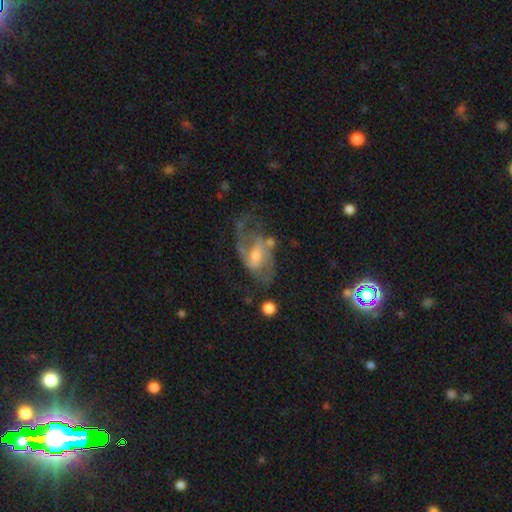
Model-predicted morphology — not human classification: featured or disk 77%, smooth 16%, star or artifact 7%. Down the decision tree: edge-on disk — no (96%); bar — weak (50%); spiral arms — yes (84%); spiral arm count — 2 (72%); spiral winding — medium (45%); bulge size — moderate (49%); merging — none (40%).